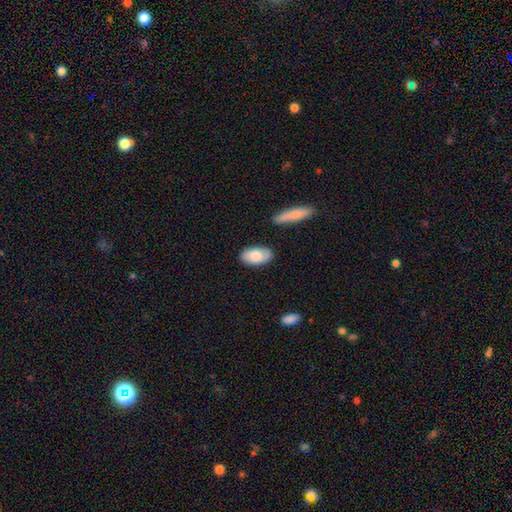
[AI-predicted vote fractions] smooth_or_featured: smooth (p=0.75) [alt: featured or disk p=0.19]
how_rounded: in between (p=0.94) [alt: round p=0.04]
merging: none (p=0.80) [alt: minor disturbance p=0.14]